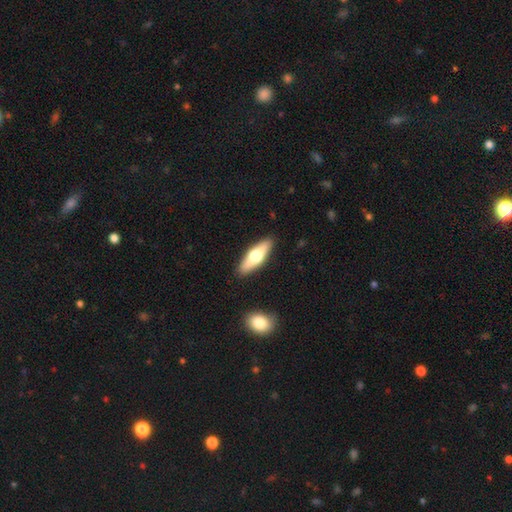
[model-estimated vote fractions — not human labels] Smooth or featured? smooth (54%)
How rounded? cigar-shaped (51%)
Merging? none (89%)